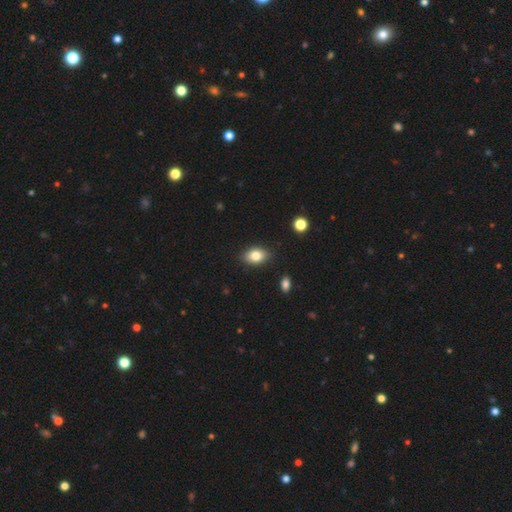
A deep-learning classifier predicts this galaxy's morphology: This is clearly a smooth galaxy (81%). How rounded: clearly in between (84%). Merging: clearly none (86%).